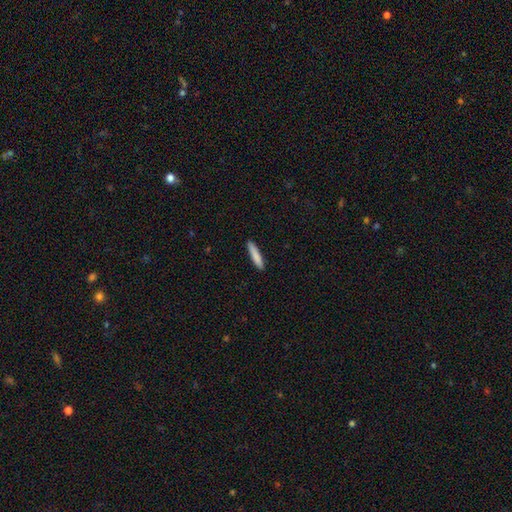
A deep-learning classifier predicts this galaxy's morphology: A smooth galaxy with no disk features (84%) that is cigar-shaped (89%).

Vote fractions:
- Smooth or featured? smooth: 84% / featured or disk: 10% / star or artifact: 6%
- How rounded? cigar-shaped: 89% / in between: 9% / round: 1%
- Merging? none: 90% / minor disturbance: 8% / major disturbance: 2% / merger: 1%